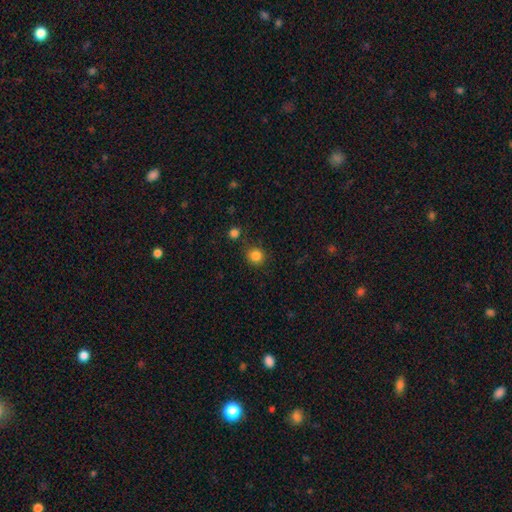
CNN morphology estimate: Smooth or featured? Predicted: smooth (p=0.84). How rounded? Predicted: round (p=0.90). Merging? Predicted: none (p=0.84).